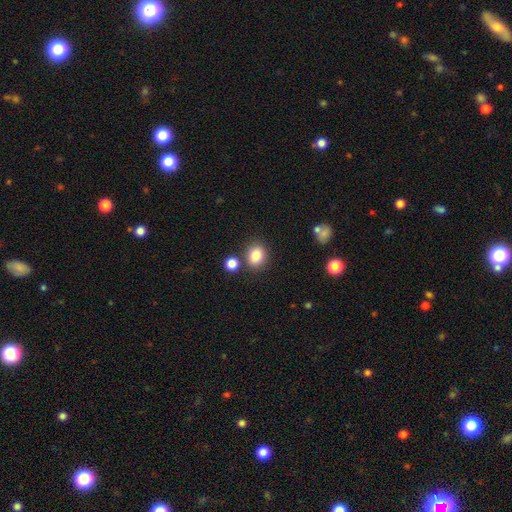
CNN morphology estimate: Q: Smooth or featured?
A: smooth (83%); runner-up: star or artifact (11%)
Q: How rounded?
A: round (62%); runner-up: in between (37%)
Q: Merging?
A: none (77%); runner-up: minor disturbance (10%)